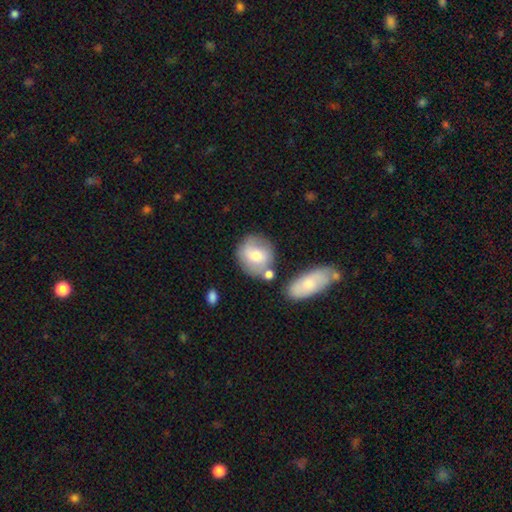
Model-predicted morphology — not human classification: Smooth or featured: smooth — 65% (featured or disk — 27%)
How rounded: round — 80% (in between — 18%)
Merging: none — 64% (minor disturbance — 16%)